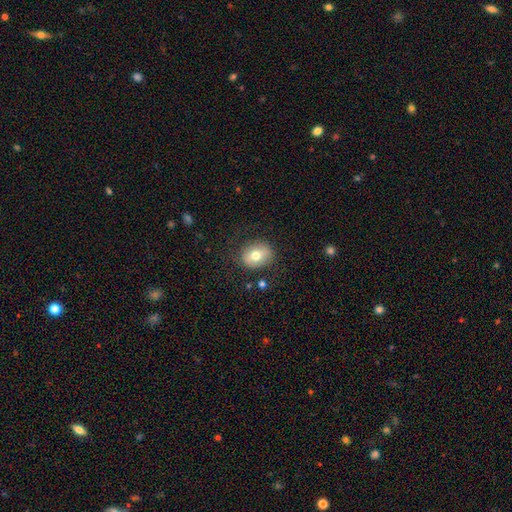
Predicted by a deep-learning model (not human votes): smooth 69%, featured or disk 22%, star or artifact 9%. Down the decision tree: how rounded — round (51%); merging — none (79%).